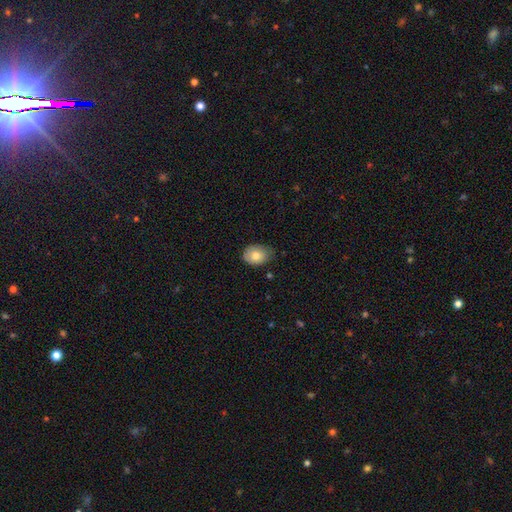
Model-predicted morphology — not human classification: A smooth galaxy with no disk features (79%) that is in between round and cigar-shaped (70%).

Vote fractions:
- Smooth or featured? smooth: 79% / featured or disk: 13% / star or artifact: 8%
- How rounded? in between: 70% / round: 29% / cigar-shaped: 1%
- Merging? none: 65% / minor disturbance: 29% / major disturbance: 4% / merger: 1%